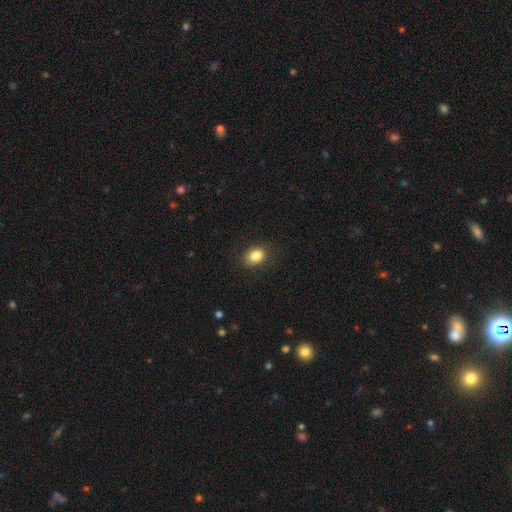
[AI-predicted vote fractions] The model was most divided on "how rounded": in between: 70%, round: 29%, cigar-shaped: 1%. More confident: merging — none (86%); smooth or featured — smooth (85%).